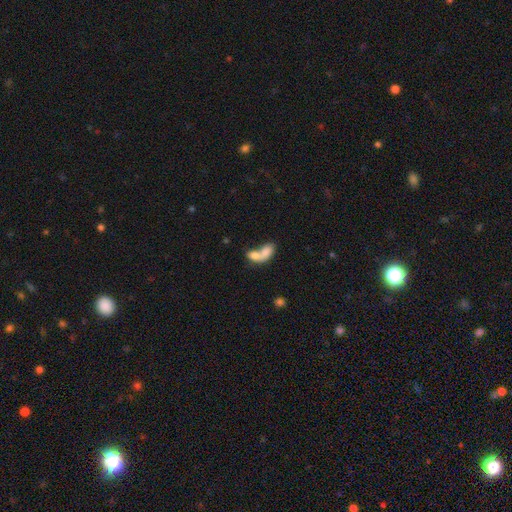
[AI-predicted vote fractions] Q: Smooth or featured?
A: smooth (74%); runner-up: featured or disk (18%)
Q: How rounded?
A: in between (82%); runner-up: round (13%)
Q: Merging?
A: merger (75%); runner-up: none (14%)